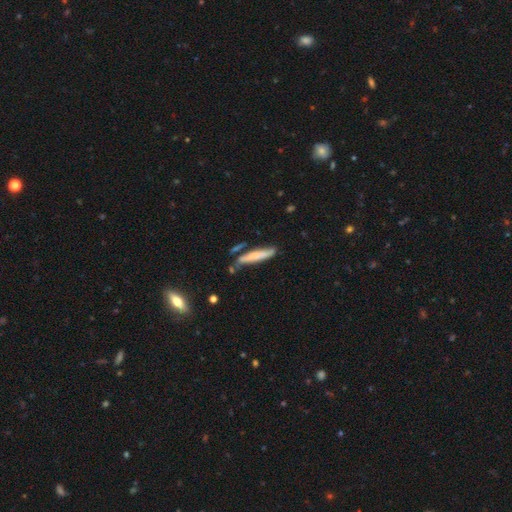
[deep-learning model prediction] Q: Smooth or featured?
A: smooth (62%); runner-up: featured or disk (32%)
Q: How rounded?
A: cigar-shaped (89%); runner-up: in between (10%)
Q: Merging?
A: none (62%); runner-up: minor disturbance (22%)